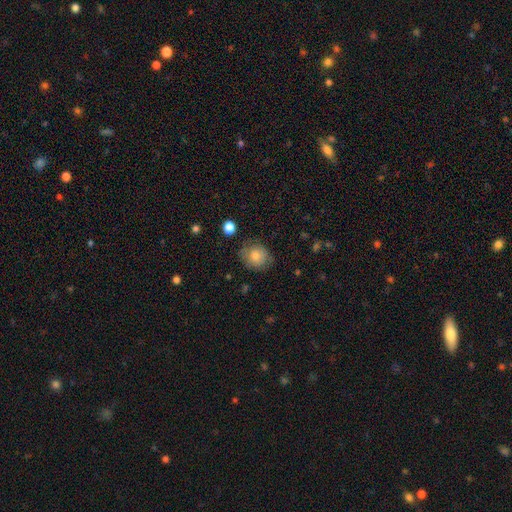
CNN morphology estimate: smooth_or_featured: smooth (p=0.74) [alt: featured or disk p=0.16]
how_rounded: round (p=0.77) [alt: in between p=0.22]
merging: none (p=0.77) [alt: minor disturbance p=0.17]